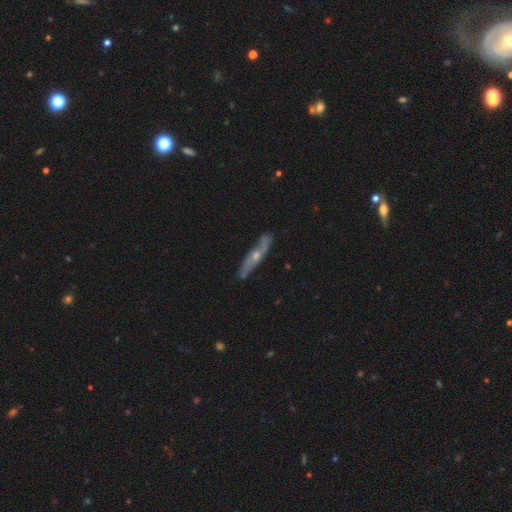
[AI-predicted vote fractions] This is likely a featured or disk galaxy (69%). It is likely viewed edge-on (66%). Merging: clearly none (82%).